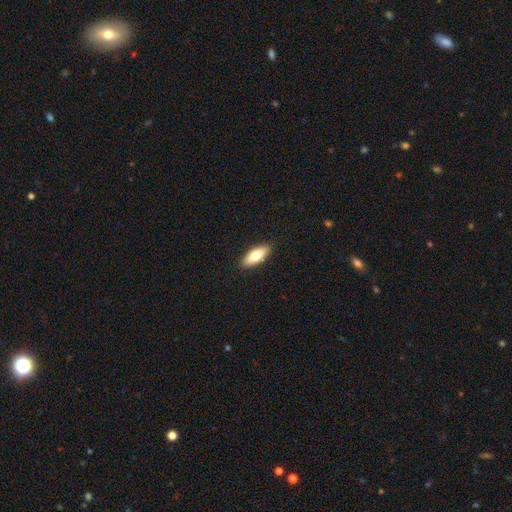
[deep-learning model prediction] This appears to be a smooth galaxy with no disk features (76%) that is in between round and cigar-shaped (76%). Merging: none (90%).